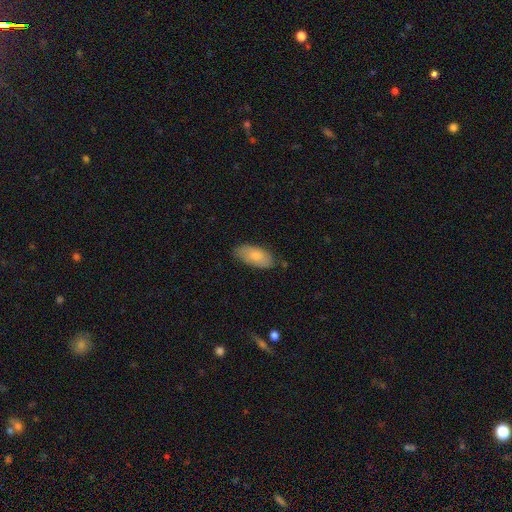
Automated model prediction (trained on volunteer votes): Q: Smooth or featured?
A: smooth (77%); runner-up: featured or disk (17%)
Q: How rounded?
A: in between (91%); runner-up: cigar-shaped (7%)
Q: Merging?
A: none (74%); runner-up: minor disturbance (21%)